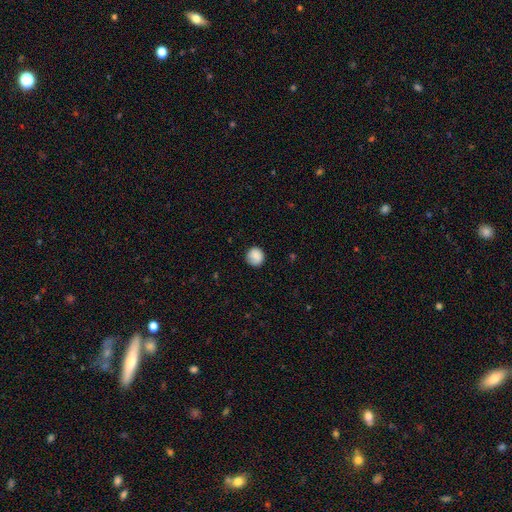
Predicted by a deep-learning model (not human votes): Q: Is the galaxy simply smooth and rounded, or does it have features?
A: smooth — 87%.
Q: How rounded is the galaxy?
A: round — 92%.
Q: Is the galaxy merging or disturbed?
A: none — 84%.